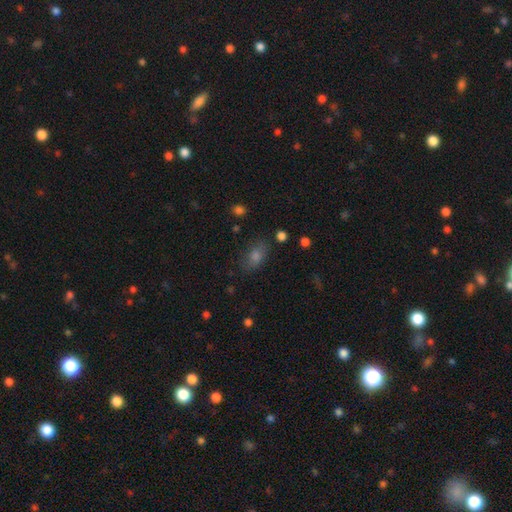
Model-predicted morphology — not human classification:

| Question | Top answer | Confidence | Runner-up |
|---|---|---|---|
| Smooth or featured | smooth | 68% | star or artifact (20%) |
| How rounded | in between | 82% | round (14%) |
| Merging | none | 76% | minor disturbance (16%) |